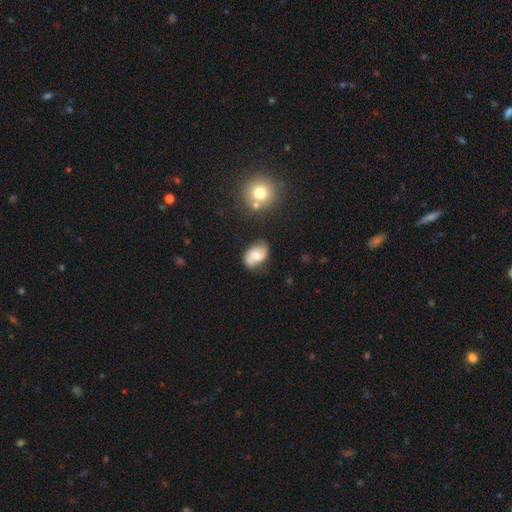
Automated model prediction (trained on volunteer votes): Smooth or featured? Predicted: smooth (p=0.48). Merging? Predicted: none (p=0.67).